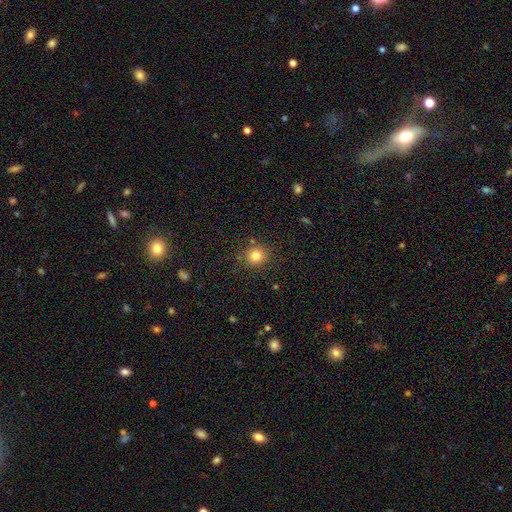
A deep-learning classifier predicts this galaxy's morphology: Overall: smooth (81%). How rounded: round (87%). Merging: none (84%).